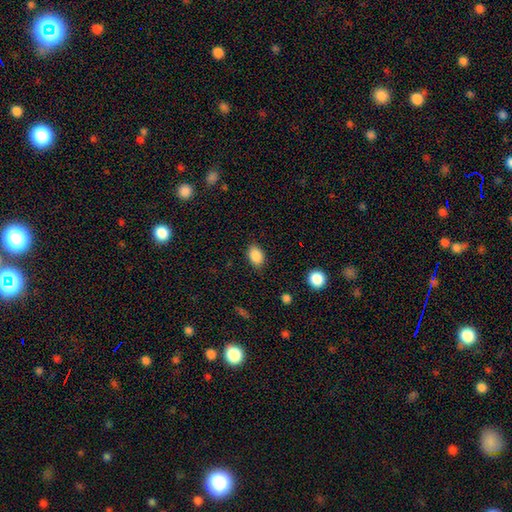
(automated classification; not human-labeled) Overall: smooth (87%). How rounded: in between (82%). Merging: none (83%).